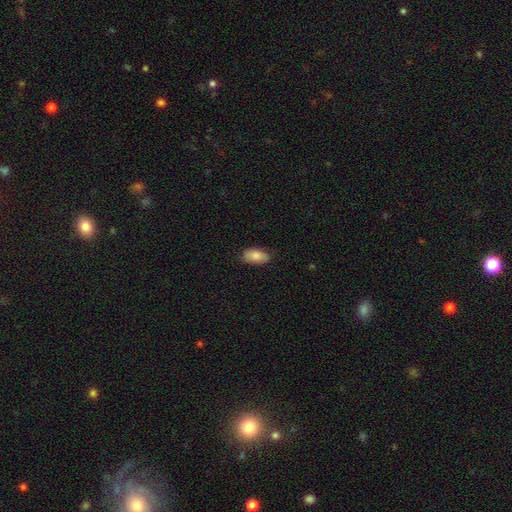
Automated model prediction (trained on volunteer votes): Q: Smooth or featured?
A: smooth (85%); runner-up: featured or disk (8%)
Q: How rounded?
A: in between (93%); runner-up: cigar-shaped (4%)
Q: Merging?
A: none (81%); runner-up: minor disturbance (15%)